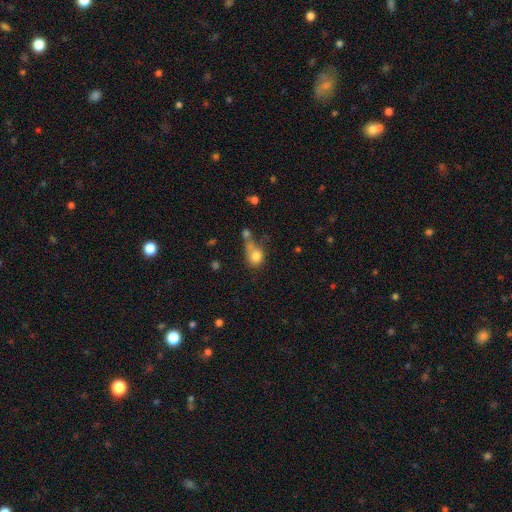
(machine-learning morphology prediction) smooth-or-featured: smooth: 78% | featured or disk: 11% | star or artifact: 11%
  how-rounded: round: 61% | in between: 37% | cigar-shaped: 2%
  merging: merger: 36% | none: 33% | minor disturbance: 17% | major disturbance: 13%